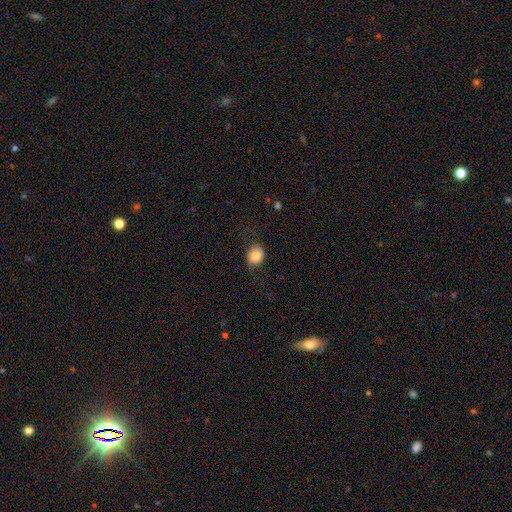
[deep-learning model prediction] A smooth galaxy with no disk features (79%) that is round (55%).

Vote fractions:
- Smooth or featured? smooth: 79% / featured or disk: 11% / star or artifact: 9%
- How rounded? round: 55% / in between: 44% / cigar-shaped: 1%
- Merging? none: 73% / minor disturbance: 19% / major disturbance: 8% / merger: 1%